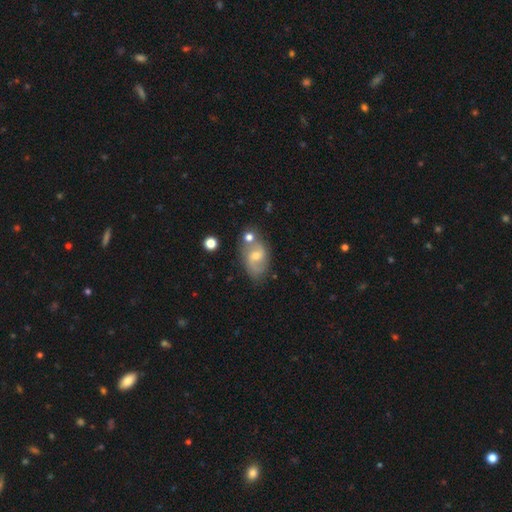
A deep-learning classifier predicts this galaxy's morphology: Overall: featured or disk (60%; smooth 32%). Edge-on disk: no (96%). Bar: weak (50%; no 39%). Spiral arms: yes (83%). Bulge size: moderate (49%; small 44%). Merging: none (62%).